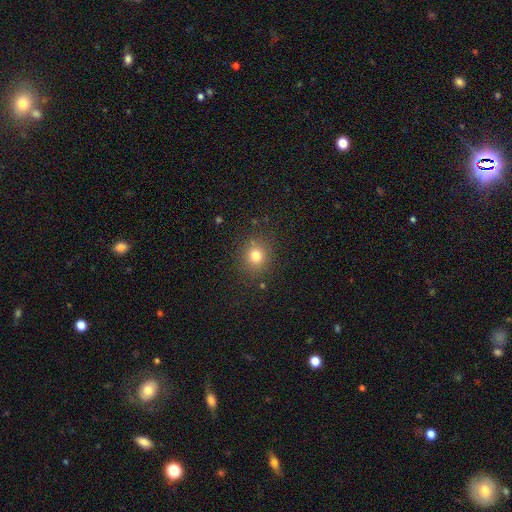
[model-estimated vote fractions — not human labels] Q: Smooth or featured?
A: smooth (77%); runner-up: star or artifact (15%)
Q: How rounded?
A: round (84%); runner-up: in between (15%)
Q: Merging?
A: none (86%); runner-up: minor disturbance (9%)